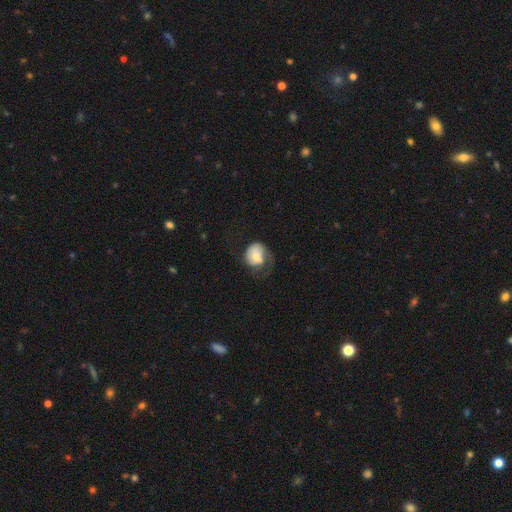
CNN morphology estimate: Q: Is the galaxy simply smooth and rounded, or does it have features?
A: smooth — 62%.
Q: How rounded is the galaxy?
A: round — 57%.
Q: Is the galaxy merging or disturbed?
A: major disturbance — 41%.